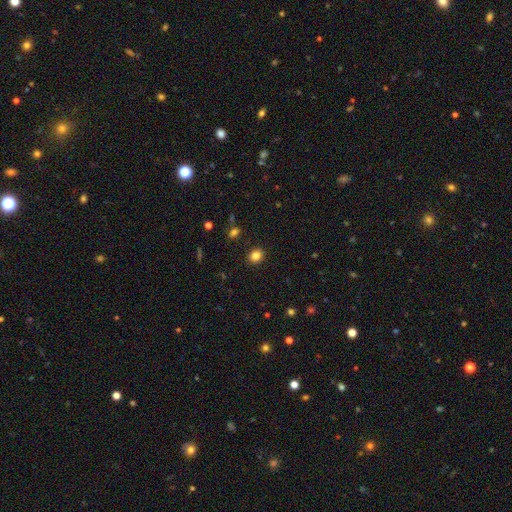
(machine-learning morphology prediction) Smooth or featured? smooth (83%)
How rounded? round (61%)
Merging? none (90%)